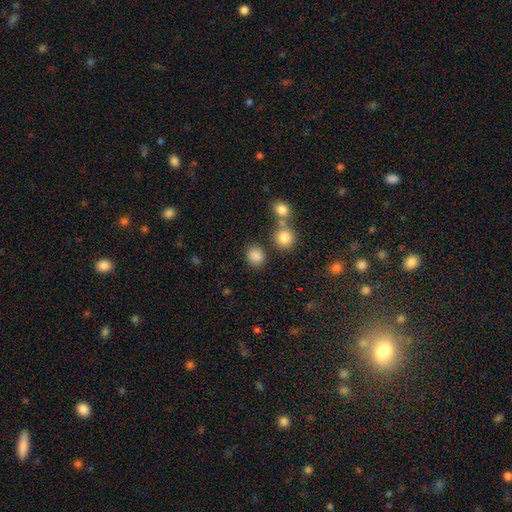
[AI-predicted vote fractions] Morphology: type=smooth (85%); roundness=round (66%); merging=none (77%).